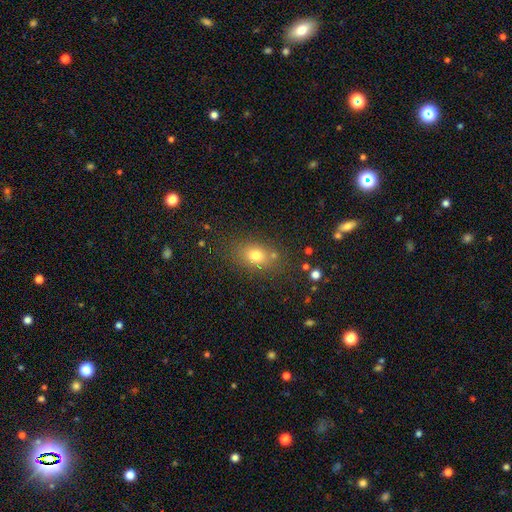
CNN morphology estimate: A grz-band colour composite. It shows a smooth galaxy with no disk features (76%) that is in between round and cigar-shaped (65%). Merging: none (73%).